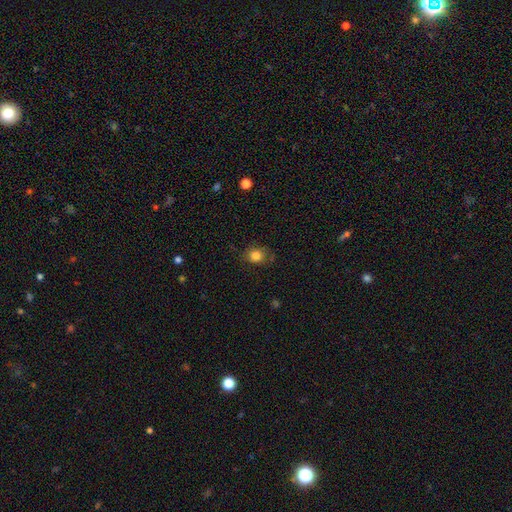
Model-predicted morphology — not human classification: A smooth galaxy with no disk features (83%) that is round (71%). Merging: none (77%).